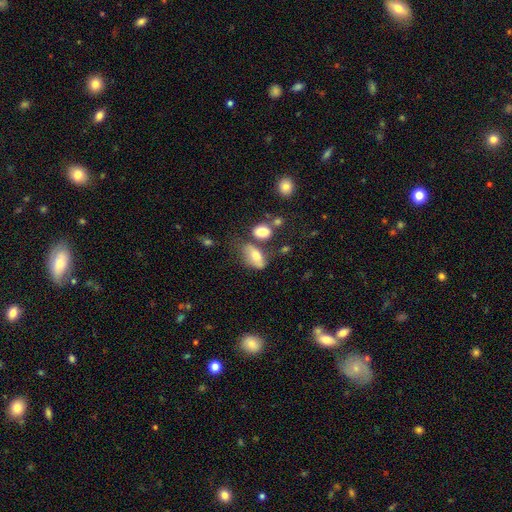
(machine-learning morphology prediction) smooth_or_featured: smooth (p=0.69) [alt: featured or disk p=0.21]
how_rounded: in between (p=0.88) [alt: round p=0.07]
merging: none (p=0.45) [alt: minor disturbance p=0.23]